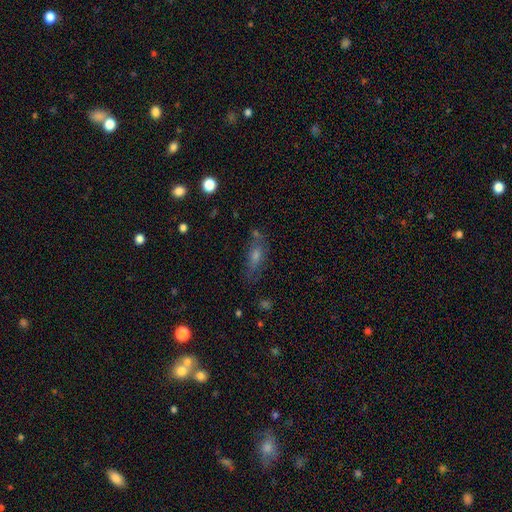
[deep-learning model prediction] Q: Smooth or featured?
A: smooth (49%); runner-up: featured or disk (31%)
Q: Merging?
A: none (68%); runner-up: minor disturbance (18%)